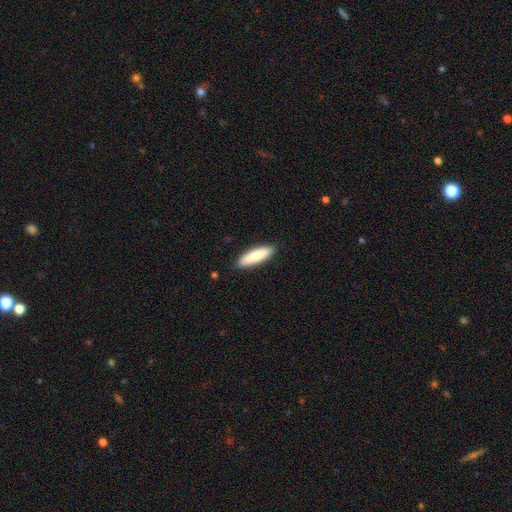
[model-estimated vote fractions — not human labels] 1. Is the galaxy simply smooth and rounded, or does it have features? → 81% smooth, 13% featured or disk, 5% star or artifact.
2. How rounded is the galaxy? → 63% cigar-shaped, 36% in between, 1% round.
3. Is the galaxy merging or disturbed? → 89% none, 8% minor disturbance, 2% major disturbance, 1% merger.